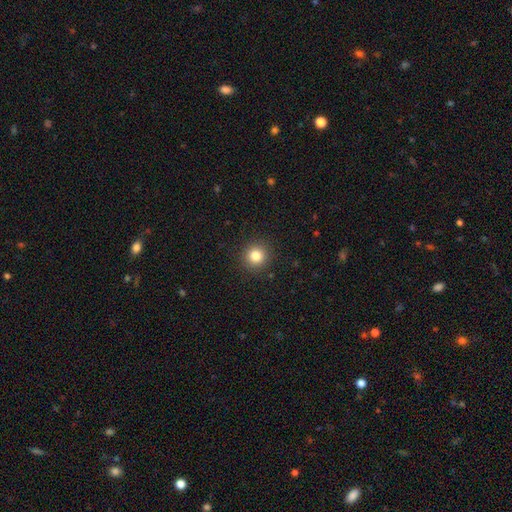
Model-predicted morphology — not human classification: smooth 82%, star or artifact 12%, featured or disk 6%. Down the decision tree: how rounded — round (94%); merging — none (92%).